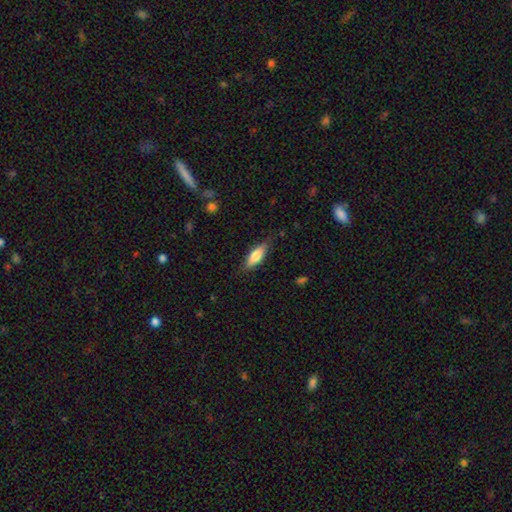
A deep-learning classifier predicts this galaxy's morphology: A smooth galaxy with no disk features (74%) that is in between round and cigar-shaped (63%). Merging: none (81%).